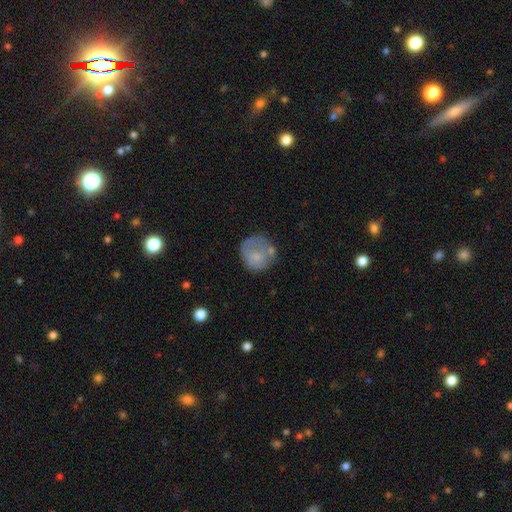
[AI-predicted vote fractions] Smooth or featured?
  - smooth: 64% *
  - featured or disk: 27%
  - star or artifact: 8%
How rounded?
  - round: 84% *
  - in between: 15%
  - cigar-shaped: 1%
Merging?
  - none: 51% *
  - minor disturbance: 25%
  - major disturbance: 16%
  - merger: 8%